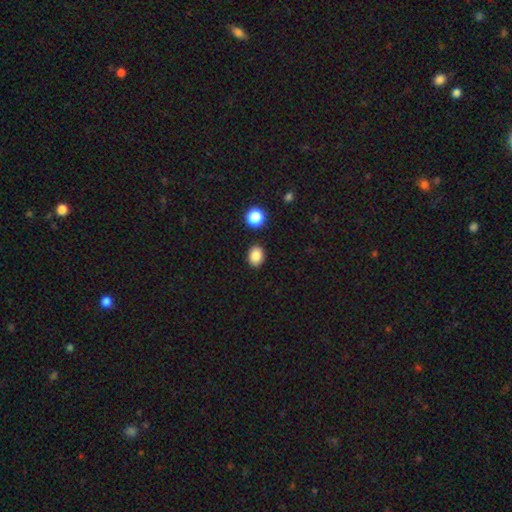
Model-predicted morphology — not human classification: Smooth or featured?
  - smooth: 86% *
  - star or artifact: 10%
  - featured or disk: 4%
How rounded?
  - in between: 55% *
  - round: 44%
  - cigar-shaped: 1%
Merging?
  - none: 88% *
  - minor disturbance: 8%
  - merger: 3%
  - major disturbance: 2%